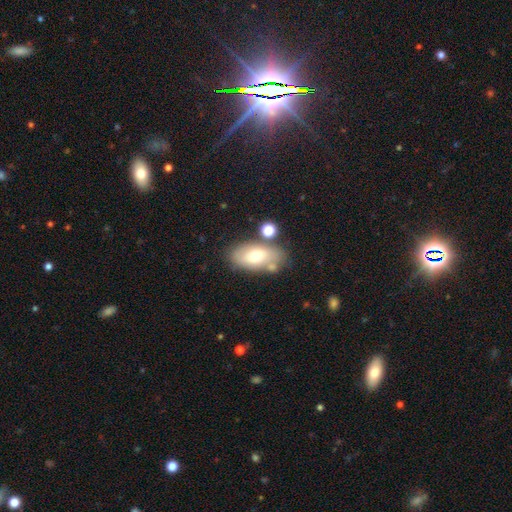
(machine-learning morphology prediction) Smooth or featured? smooth (60%)
How rounded? in between (89%)
Merging? none (66%)